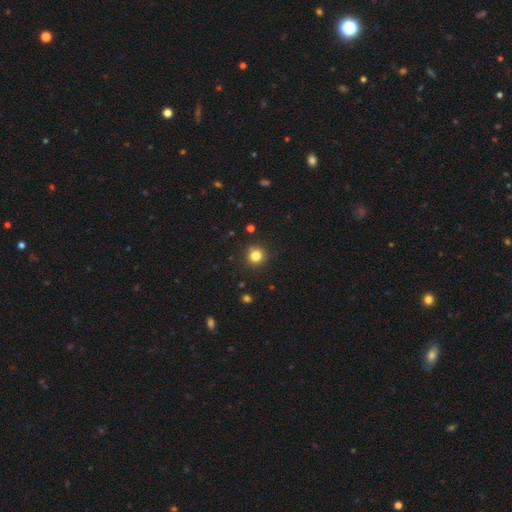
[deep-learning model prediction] Morphology: type=smooth (82%); roundness=round (93%); merging=none (90%).